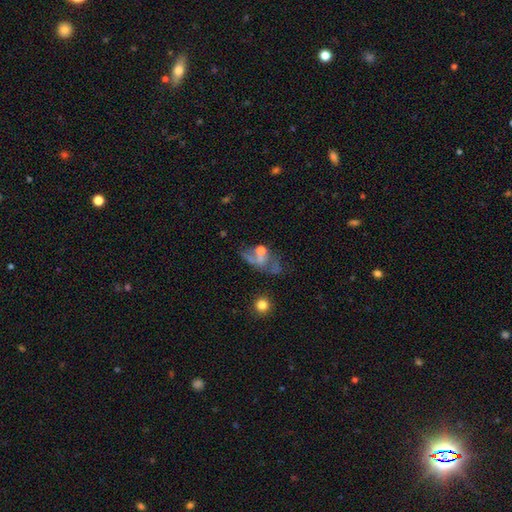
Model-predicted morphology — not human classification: A featured or disk galaxy (52%). Merging: none (35%).